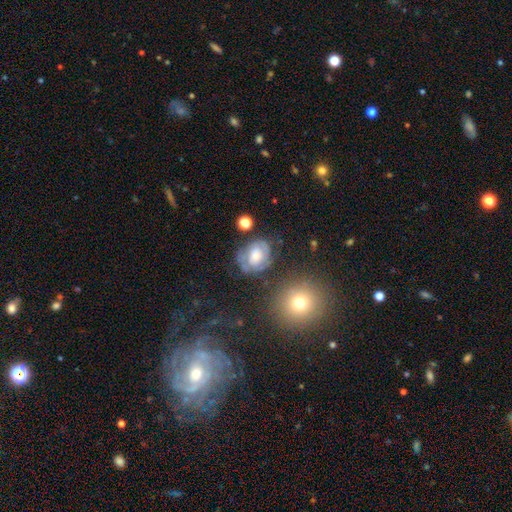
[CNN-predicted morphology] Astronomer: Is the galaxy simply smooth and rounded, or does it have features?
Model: featured or disk — 57% (runner-up: smooth, 34%).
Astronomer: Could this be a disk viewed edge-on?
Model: no — 97%.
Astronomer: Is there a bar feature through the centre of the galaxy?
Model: no — 72%.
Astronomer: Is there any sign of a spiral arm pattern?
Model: yes — 64%.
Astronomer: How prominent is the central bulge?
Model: moderate — 44% (runner-up: large, 26%).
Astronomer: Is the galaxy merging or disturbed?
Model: none — 56%.